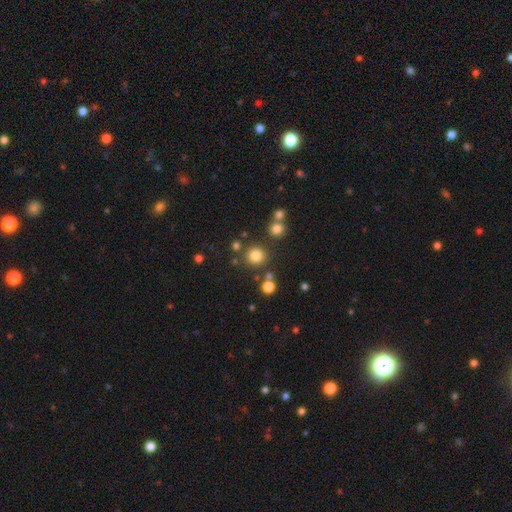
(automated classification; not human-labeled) Smooth or featured? smooth (78%)
How rounded? round (93%)
Merging? none (82%)